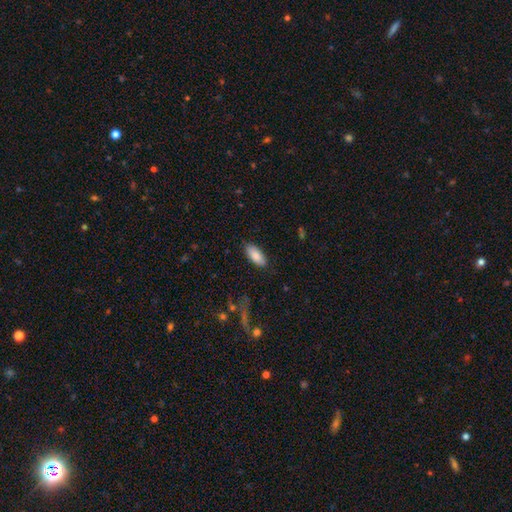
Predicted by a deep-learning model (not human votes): Smooth or featured? smooth (85%)
How rounded? in between (87%)
Merging? none (86%)